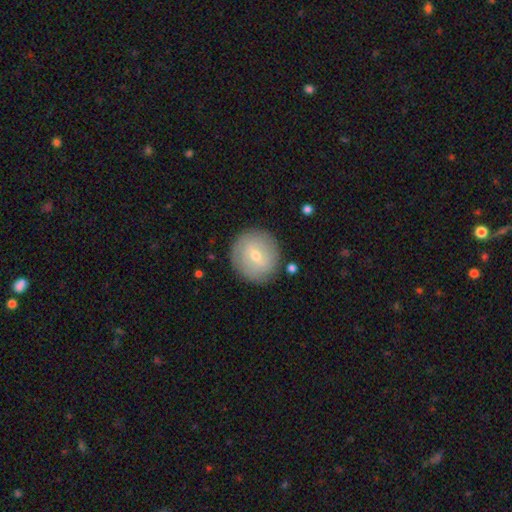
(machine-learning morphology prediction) A smooth galaxy with no disk features (55%) that is round (91%). Merging: none (87%).